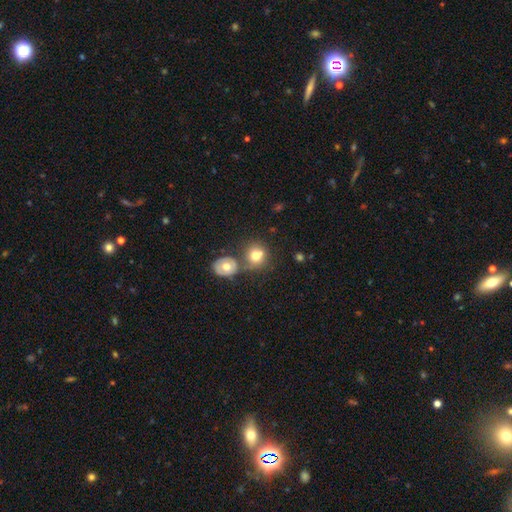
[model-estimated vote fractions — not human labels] This is likely a smooth galaxy (72%). How rounded: likely round (79%). Merging: possibly none (52%).